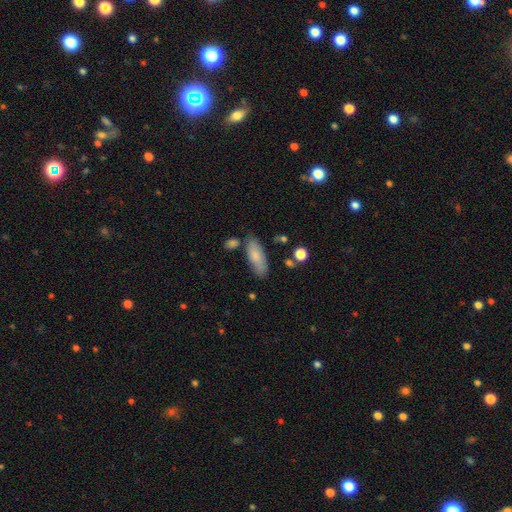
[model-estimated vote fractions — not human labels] Smooth or featured: smooth — 79% (featured or disk — 14%)
How rounded: in between — 76% (cigar-shaped — 22%)
Merging: none — 71% (minor disturbance — 18%)